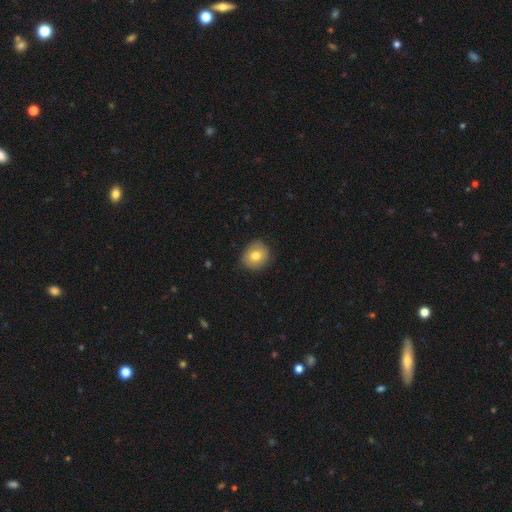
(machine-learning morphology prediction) Smooth or featured: smooth — 75% (featured or disk — 16%)
How rounded: round — 78% (in between — 21%)
Merging: none — 83% (minor disturbance — 14%)